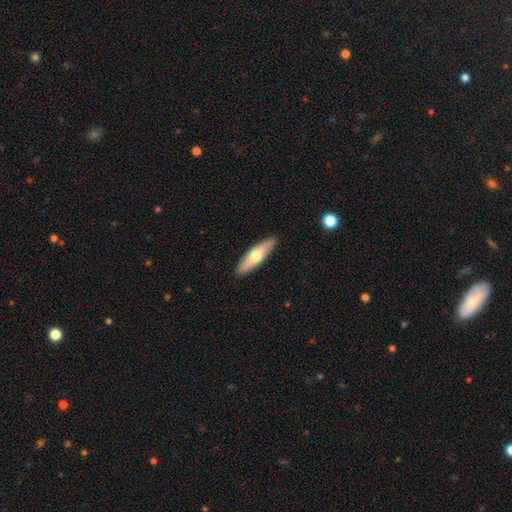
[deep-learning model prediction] Overall: smooth (58%; featured or disk 37%). How rounded: cigar-shaped (64%; in between 34%). Merging: none (90%).